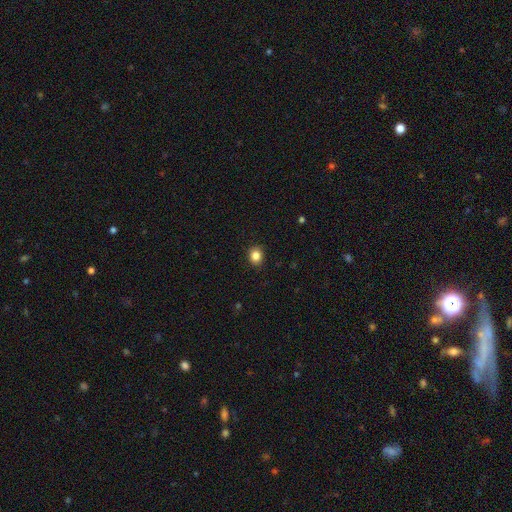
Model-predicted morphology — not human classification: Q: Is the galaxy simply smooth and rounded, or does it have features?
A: smooth — 85%.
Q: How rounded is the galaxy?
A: round — 73%.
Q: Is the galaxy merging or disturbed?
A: none — 90%.